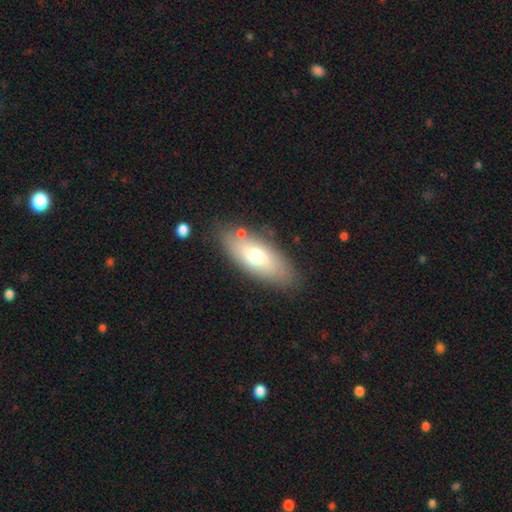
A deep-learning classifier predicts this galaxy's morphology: smooth-or-featured: smooth: 62% | featured or disk: 30% | star or artifact: 7%
  how-rounded: in between: 78% | cigar-shaped: 19% | round: 3%
  merging: none: 80% | minor disturbance: 13% | merger: 4% | major disturbance: 4%